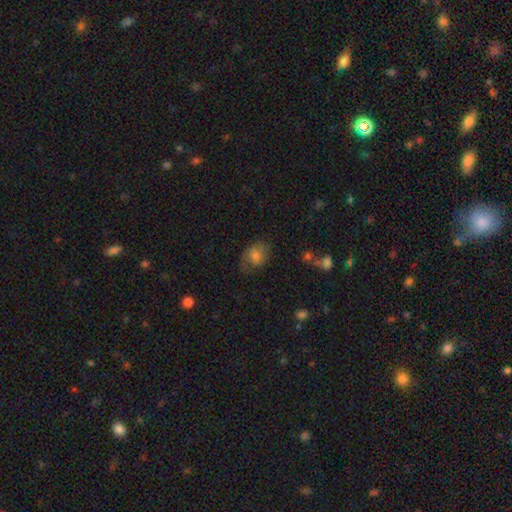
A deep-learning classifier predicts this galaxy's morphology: smooth-or-featured: smooth: 68% | featured or disk: 23% | star or artifact: 10%
  how-rounded: in between: 62% | round: 37% | cigar-shaped: 1%
  merging: none: 56% | minor disturbance: 26% | major disturbance: 16% | merger: 2%